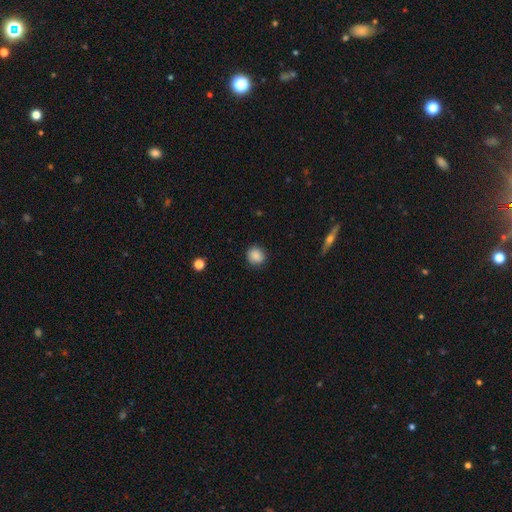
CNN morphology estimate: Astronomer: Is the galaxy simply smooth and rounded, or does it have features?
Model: smooth — 87%.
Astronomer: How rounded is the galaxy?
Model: round — 83%.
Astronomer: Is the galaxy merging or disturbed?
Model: none — 85%.